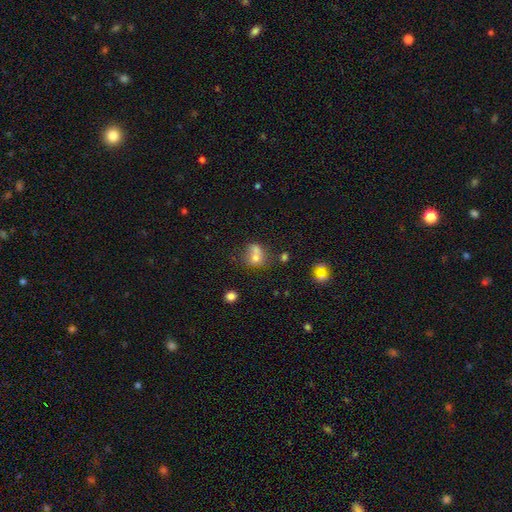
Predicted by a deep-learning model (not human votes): Overall: smooth (68%). How rounded: round (62%; in between 36%). Merging: merger (52%; none 29%).